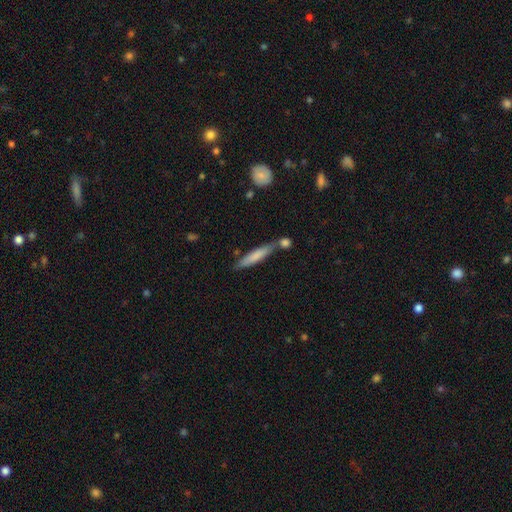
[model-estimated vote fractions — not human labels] Overall: smooth (69%). How rounded: cigar-shaped (90%). Merging: none (62%).